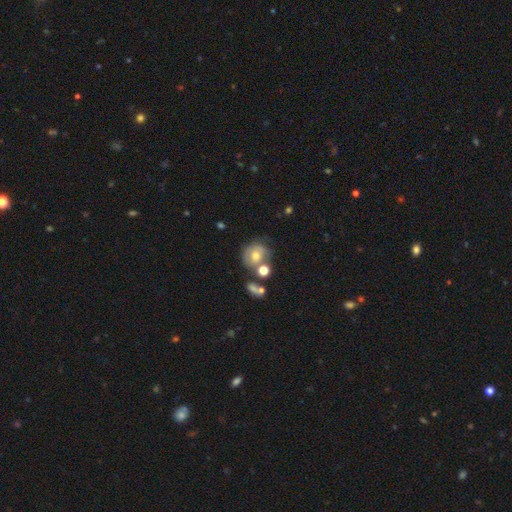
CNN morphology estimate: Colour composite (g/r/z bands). It shows a smooth galaxy with no disk features (51%) that is round (74%). Merging: none (45%).